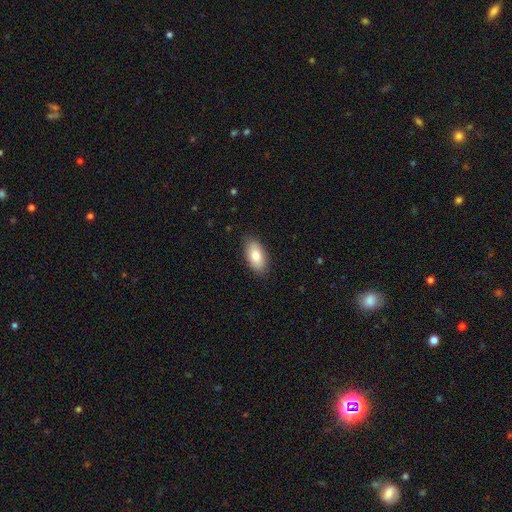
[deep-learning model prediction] Q: Smooth or featured?
A: smooth (81%); runner-up: featured or disk (12%)
Q: How rounded?
A: in between (93%); runner-up: cigar-shaped (4%)
Q: Merging?
A: none (86%); runner-up: minor disturbance (11%)